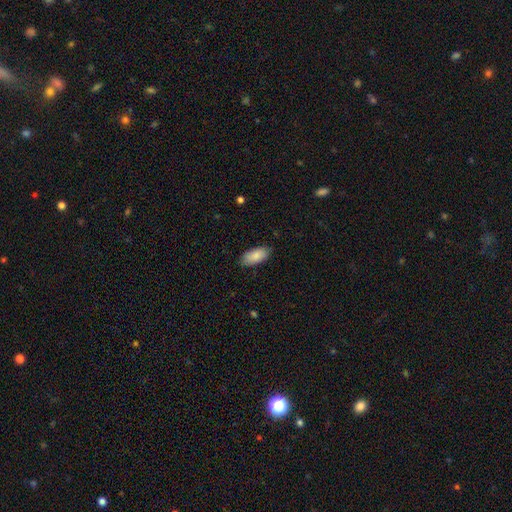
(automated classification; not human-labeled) smooth 87%, featured or disk 7%, star or artifact 6%. Down the decision tree: how rounded — in between (90%); merging — none (86%).